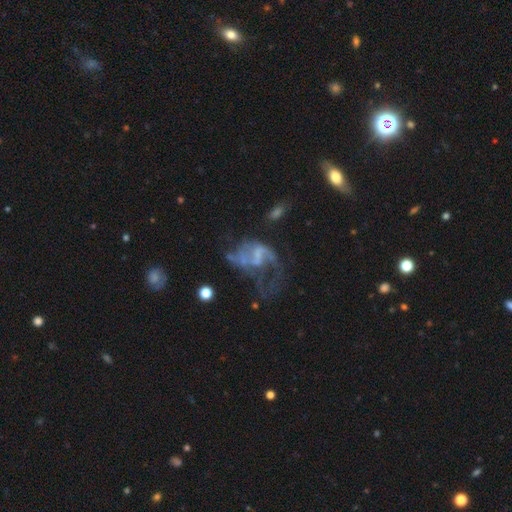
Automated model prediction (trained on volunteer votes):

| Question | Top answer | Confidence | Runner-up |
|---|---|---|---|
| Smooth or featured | featured or disk | 68% | smooth (18%) |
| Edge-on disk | no | 98% | yes (2%) |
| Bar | no | 61% | weak (30%) |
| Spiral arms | no | 53% | yes (47%) |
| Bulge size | none | 57% | small (24%) |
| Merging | major disturbance | 52% | none (22%) |